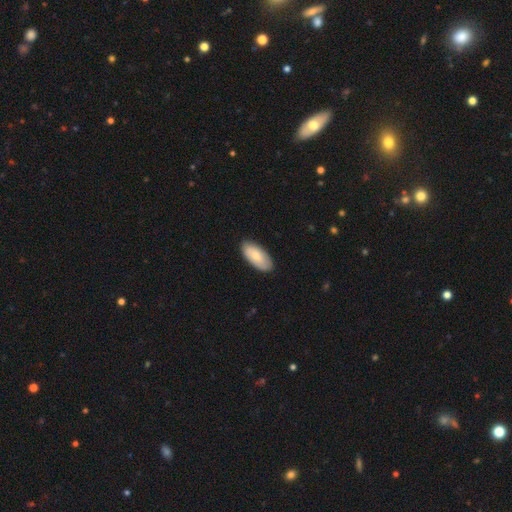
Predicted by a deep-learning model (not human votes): A smooth galaxy with no disk features (76%) that is in between round and cigar-shaped (92%).

Vote fractions:
- Smooth or featured? smooth: 76% / featured or disk: 19% / star or artifact: 5%
- How rounded? in between: 92% / cigar-shaped: 6% / round: 2%
- Merging? none: 85% / minor disturbance: 12% / major disturbance: 2% / merger: 1%